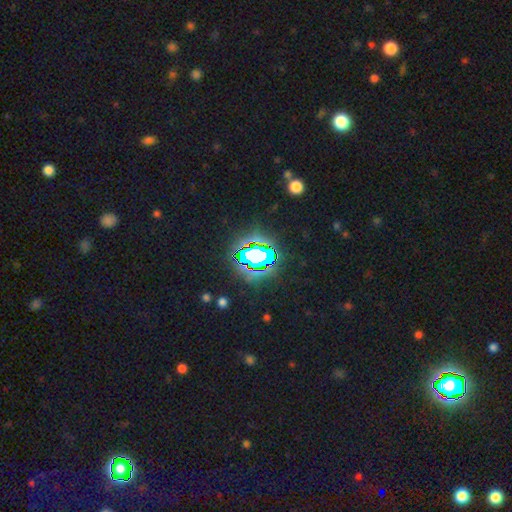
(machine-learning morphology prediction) A star or artifact, not a galaxy (70%).

Vote fractions:
- Smooth or featured? star or artifact: 70% / smooth: 17% / featured or disk: 13%